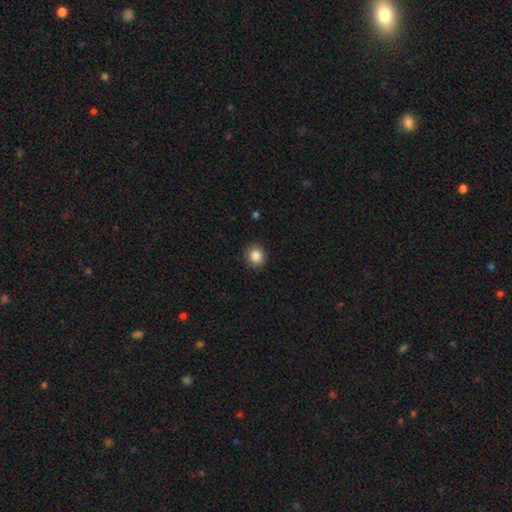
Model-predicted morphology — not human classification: smooth_or_featured: smooth (p=0.86) [alt: star or artifact p=0.09]
how_rounded: round (p=0.80) [alt: in between p=0.19]
merging: none (p=0.89) [alt: minor disturbance p=0.08]